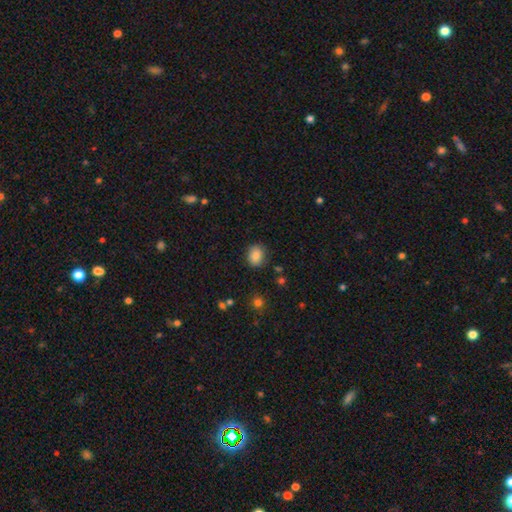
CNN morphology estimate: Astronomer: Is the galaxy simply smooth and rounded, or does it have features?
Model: smooth — 84%.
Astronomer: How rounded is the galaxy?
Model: round — 60% (runner-up: in between, 39%).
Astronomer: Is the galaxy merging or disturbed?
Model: none — 86%.